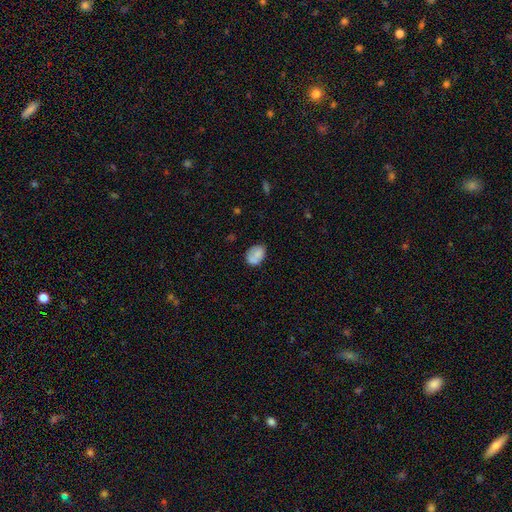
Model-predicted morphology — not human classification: Smooth or featured? Predicted: smooth (p=0.76). How rounded? Predicted: in between (p=0.72). Merging? Predicted: none (p=0.59).